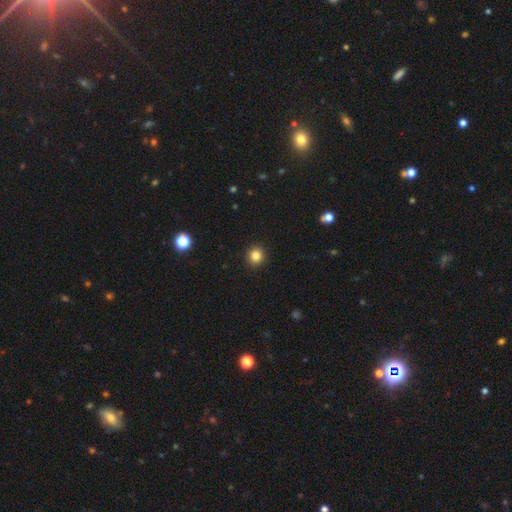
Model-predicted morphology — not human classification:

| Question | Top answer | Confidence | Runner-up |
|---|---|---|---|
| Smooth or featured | smooth | 83% | star or artifact (12%) |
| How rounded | round | 88% | in between (11%) |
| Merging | none | 92% | minor disturbance (5%) |